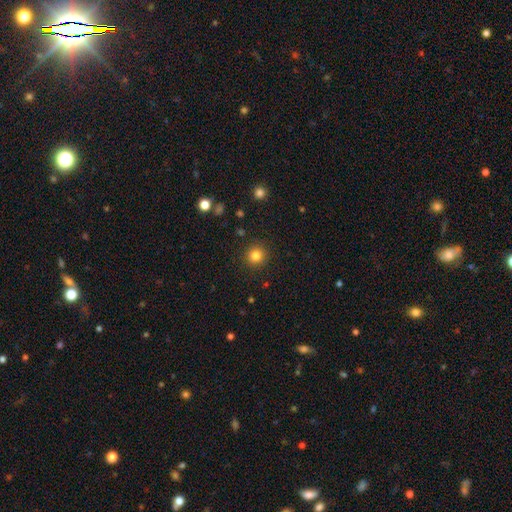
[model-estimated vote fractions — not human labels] smooth_or_featured: smooth (p=0.82) [alt: star or artifact p=0.12]
how_rounded: round (p=0.92) [alt: in between p=0.07]
merging: none (p=0.91) [alt: minor disturbance p=0.06]